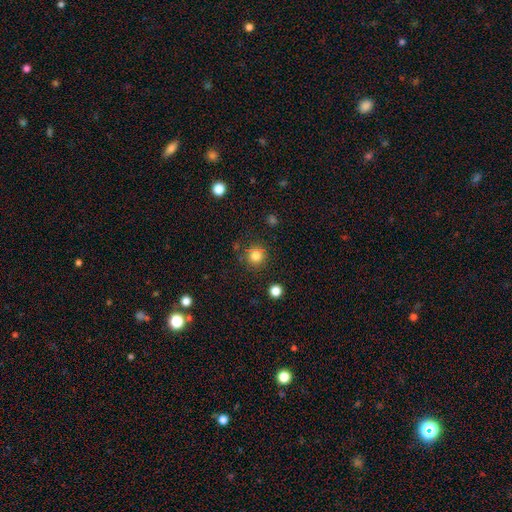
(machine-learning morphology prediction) Smooth or featured?
  - smooth: 82% *
  - star or artifact: 13%
  - featured or disk: 5%
How rounded?
  - round: 94% *
  - in between: 5%
  - cigar-shaped: 1%
Merging?
  - none: 85% *
  - minor disturbance: 9%
  - merger: 4%
  - major disturbance: 3%